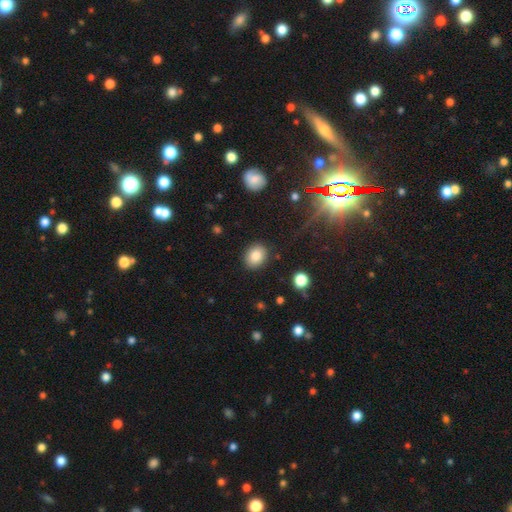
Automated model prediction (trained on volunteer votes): Smooth or featured: smooth — 84% (star or artifact — 10%)
How rounded: in between — 51% (round — 48%)
Merging: none — 87% (minor disturbance — 9%)